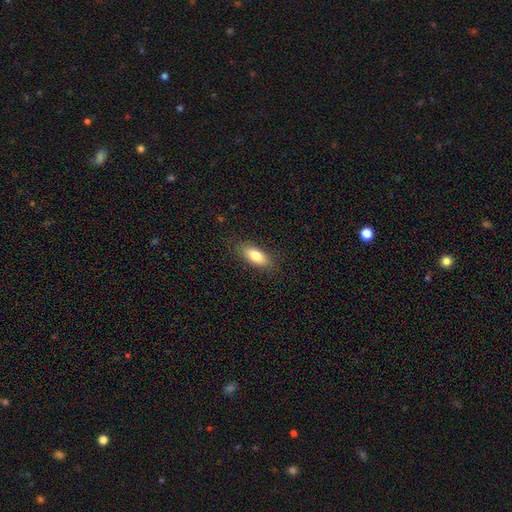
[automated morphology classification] The model was most divided on "how rounded": in between: 79%, cigar-shaped: 19%, round: 3%. More confident: merging — none (84%); smooth or featured — smooth (79%).